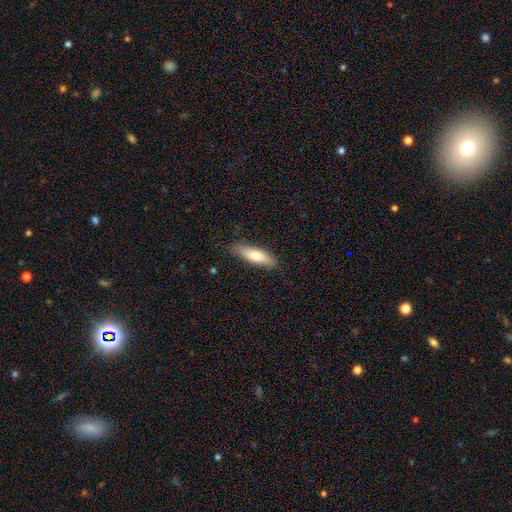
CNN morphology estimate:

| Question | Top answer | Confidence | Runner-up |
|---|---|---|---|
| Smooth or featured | smooth | 71% | featured or disk (23%) |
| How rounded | cigar-shaped | 63% | in between (36%) |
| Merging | none | 85% | minor disturbance (12%) |